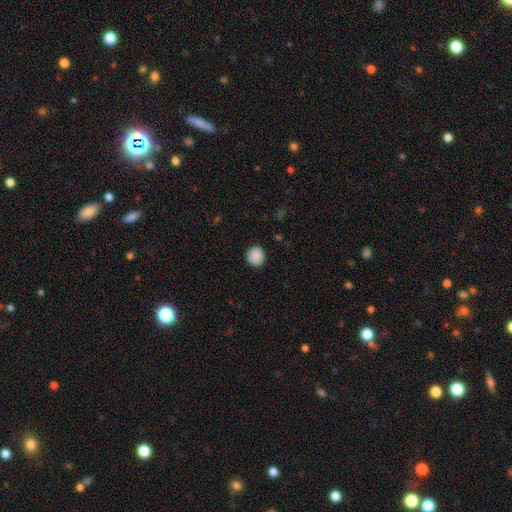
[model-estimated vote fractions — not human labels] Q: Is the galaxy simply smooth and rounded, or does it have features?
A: smooth — 89%.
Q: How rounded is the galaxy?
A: round — 84%.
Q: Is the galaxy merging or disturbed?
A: none — 88%.